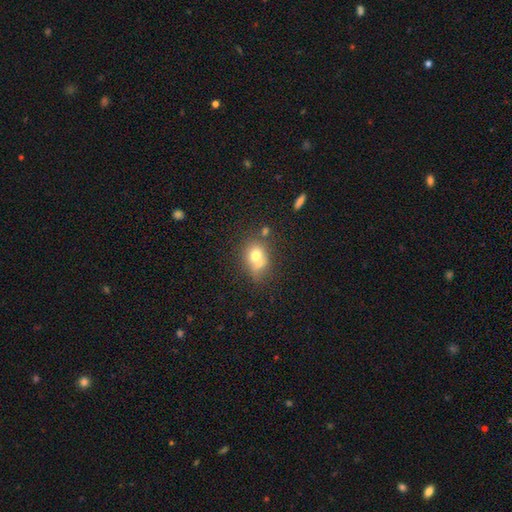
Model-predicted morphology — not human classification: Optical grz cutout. It shows a smooth galaxy with no disk features (70%) that is in between round and cigar-shaped (50%). Merging: none (42%).